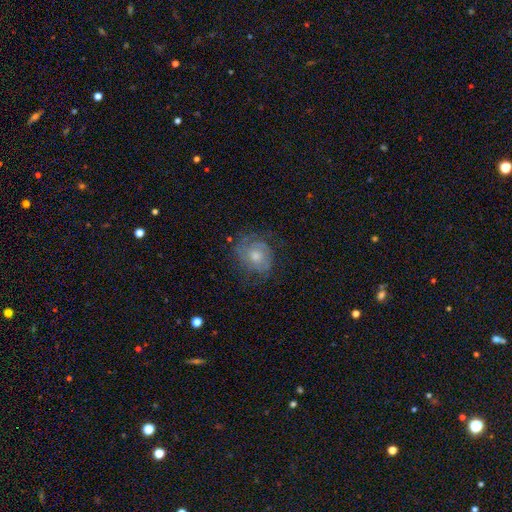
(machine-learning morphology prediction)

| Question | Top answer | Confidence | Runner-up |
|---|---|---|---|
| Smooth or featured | featured or disk | 60% | smooth (32%) |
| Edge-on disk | no | 97% | yes (3%) |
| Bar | no | 80% | weak (17%) |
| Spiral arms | yes | 81% | no (19%) |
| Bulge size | moderate | 60% | small (30%) |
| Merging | none | 63% | minor disturbance (22%) |